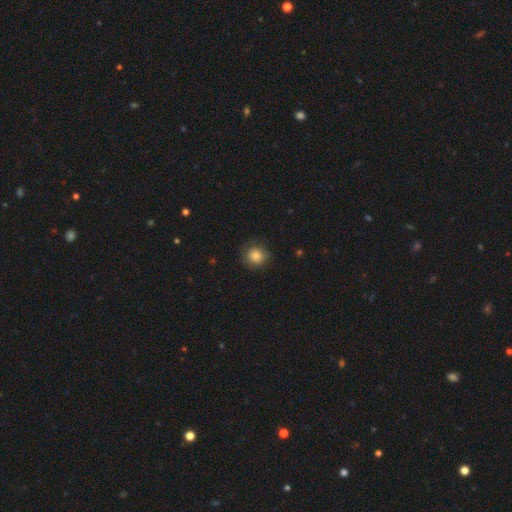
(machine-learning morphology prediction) The model was most divided on "merging": none: 76%, minor disturbance: 17%, major disturbance: 6%, merger: 1%. More confident: how rounded — round (91%); smooth or featured — smooth (78%).